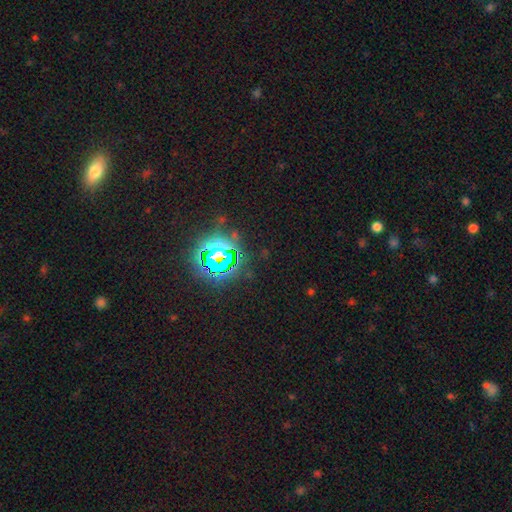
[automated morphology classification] A star or artifact, not a galaxy (78%).